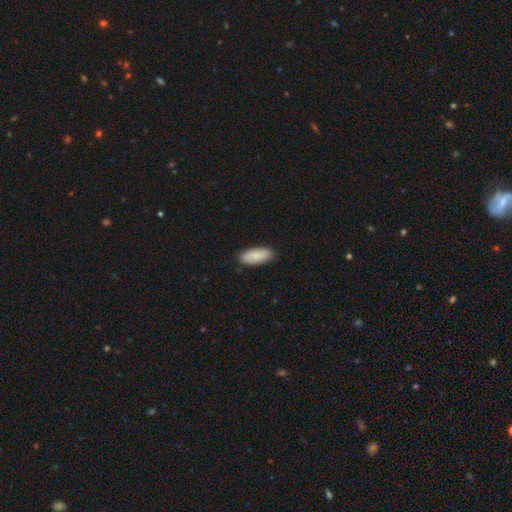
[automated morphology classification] Smooth or featured: smooth — 82% (featured or disk — 13%)
How rounded: in between — 85% (cigar-shaped — 13%)
Merging: none — 87% (minor disturbance — 10%)